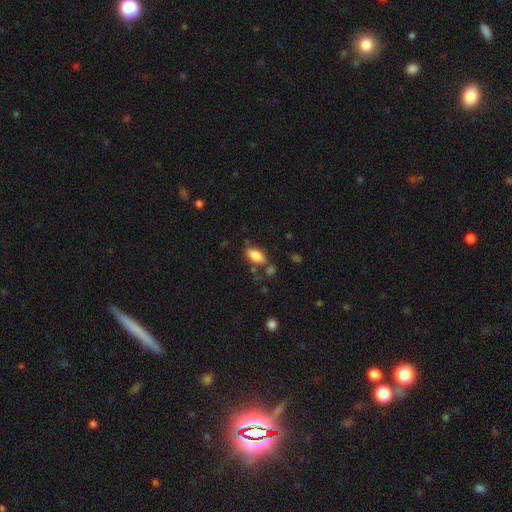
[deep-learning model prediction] smooth 84%, featured or disk 8%, star or artifact 8%. Down the decision tree: how rounded — in between (90%); merging — none (68%).